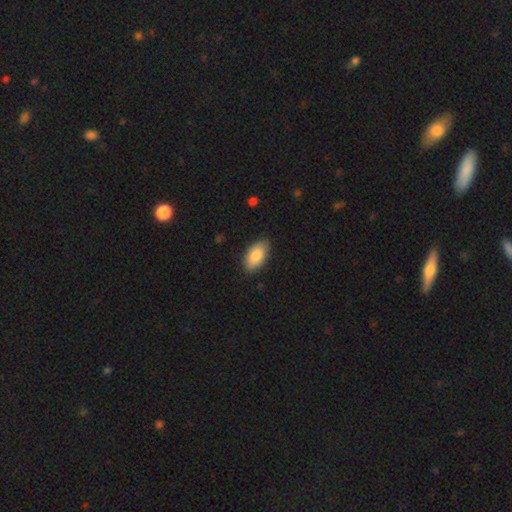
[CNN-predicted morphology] Q: Smooth or featured?
A: smooth (85%); runner-up: featured or disk (9%)
Q: How rounded?
A: in between (93%); runner-up: cigar-shaped (4%)
Q: Merging?
A: none (85%); runner-up: minor disturbance (12%)